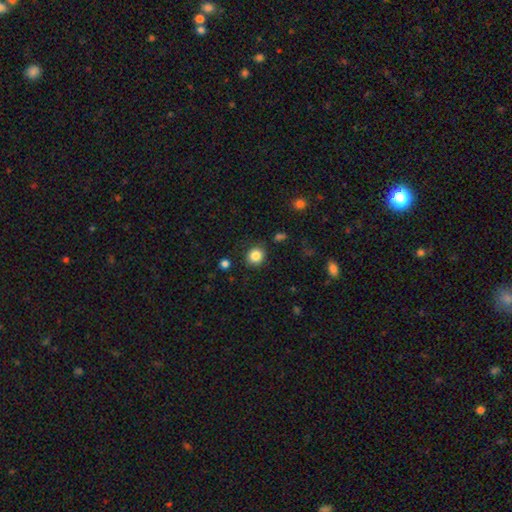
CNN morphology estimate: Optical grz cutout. It shows a smooth galaxy with no disk features (84%) that is round (83%). Merging: none (86%).